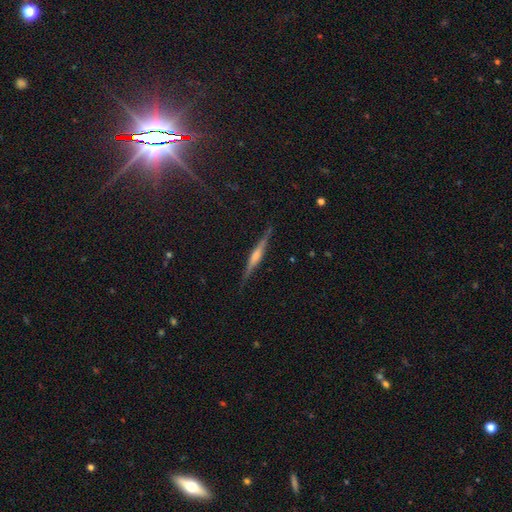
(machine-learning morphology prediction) Smooth or featured? featured or disk (73%)
Edge-on disk? yes (98%)
Edge-on bulge? rounded (63%)
Merging? none (87%)